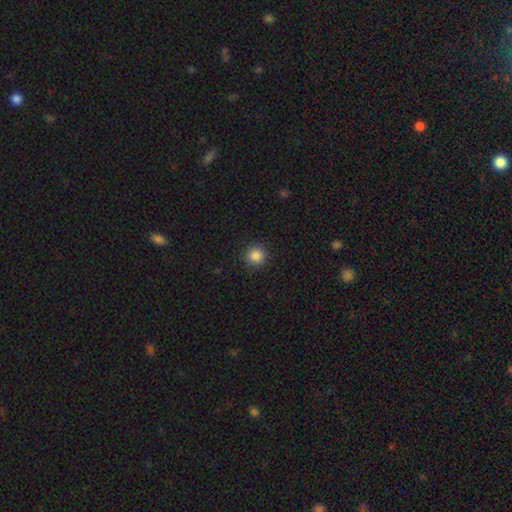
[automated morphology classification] type=smooth (85%); roundness=round (95%); merging=none (92%).